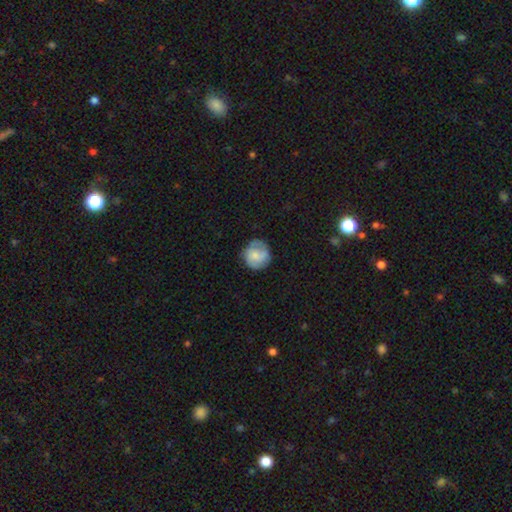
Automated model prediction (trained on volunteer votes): Smooth or featured? smooth (52%)
How rounded? round (90%)
Merging? none (74%)